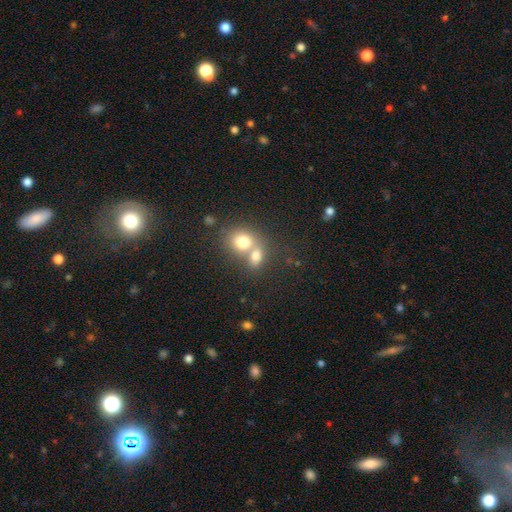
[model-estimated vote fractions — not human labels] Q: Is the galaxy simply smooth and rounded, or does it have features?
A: smooth — 75%.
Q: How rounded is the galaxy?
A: round — 52%.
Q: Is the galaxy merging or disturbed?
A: merger — 63%.